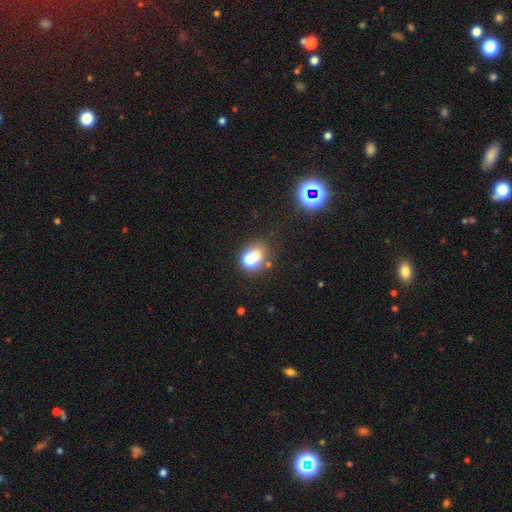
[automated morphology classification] Smooth or featured: smooth — 59% (star or artifact — 23%)
How rounded: round — 63% (in between — 35%)
Merging: none — 46% (merger — 35%)